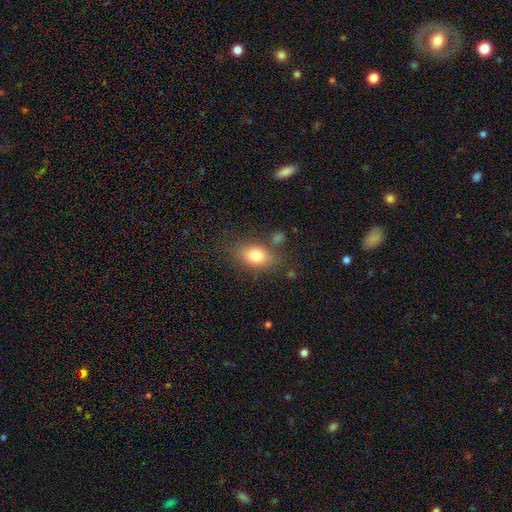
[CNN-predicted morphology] This is likely a smooth galaxy (77%). How rounded: likely in between (77%). Merging: likely none (74%).